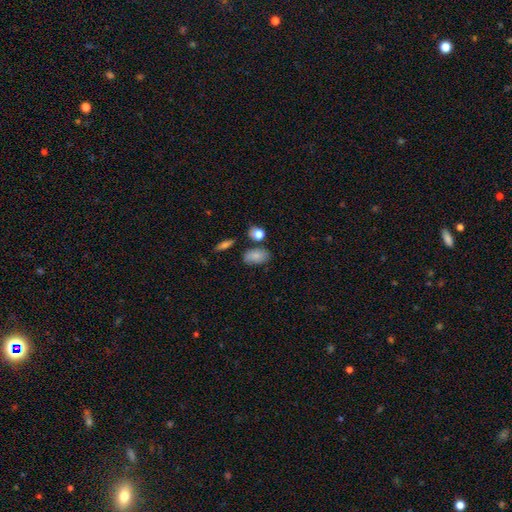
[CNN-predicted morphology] Q: Smooth or featured?
A: smooth (81%); runner-up: featured or disk (10%)
Q: How rounded?
A: in between (87%); runner-up: round (11%)
Q: Merging?
A: none (69%); runner-up: minor disturbance (18%)